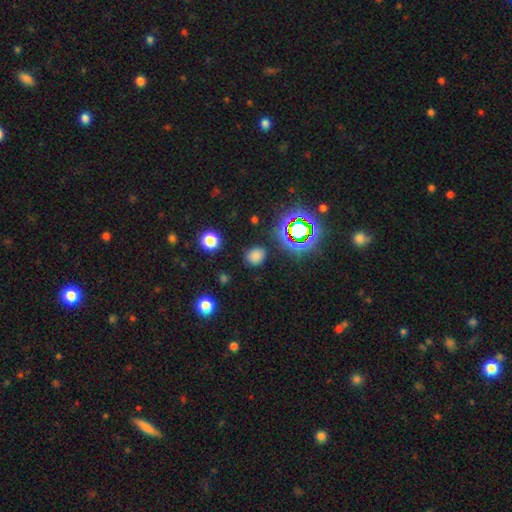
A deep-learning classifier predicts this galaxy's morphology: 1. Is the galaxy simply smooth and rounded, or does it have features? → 73% smooth, 22% star or artifact, 5% featured or disk.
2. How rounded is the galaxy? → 71% round, 28% in between, 1% cigar-shaped.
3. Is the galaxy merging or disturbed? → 85% none, 10% minor disturbance, 3% major disturbance, 2% merger.